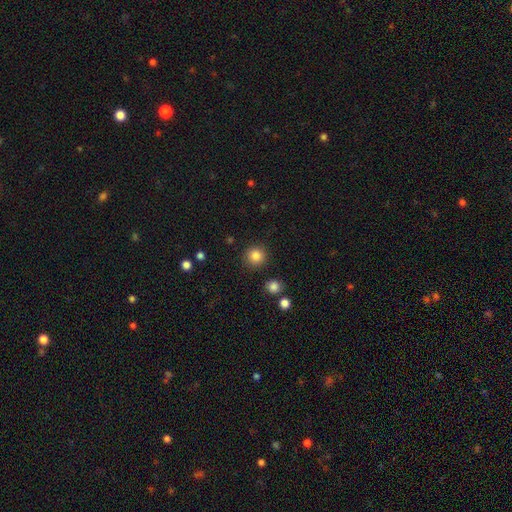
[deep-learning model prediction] Smooth or featured: smooth — 85% (star or artifact — 11%)
How rounded: round — 93% (in between — 6%)
Merging: none — 90% (minor disturbance — 6%)